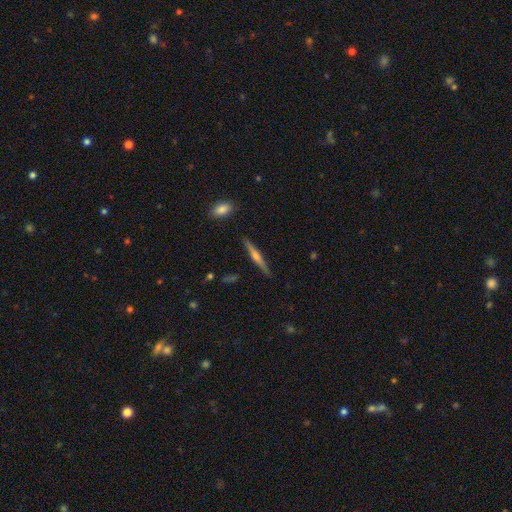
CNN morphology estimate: featured or disk 65%, smooth 28%, star or artifact 6%. Down the decision tree: edge-on disk — yes (98%); edge-on bulge — rounded (75%); merging — none (89%).